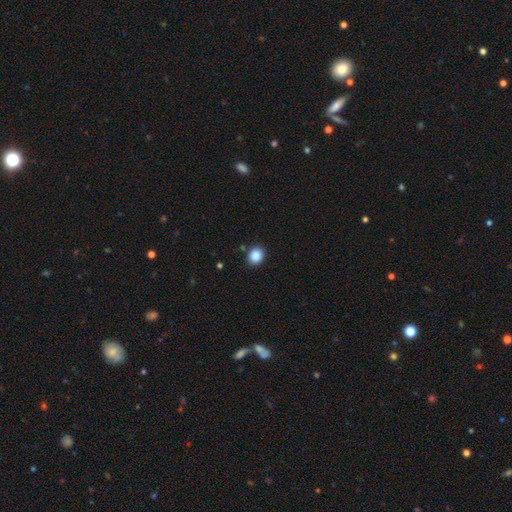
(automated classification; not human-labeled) This is clearly a smooth galaxy (87%). How rounded: likely round (76%). Merging: clearly none (87%).